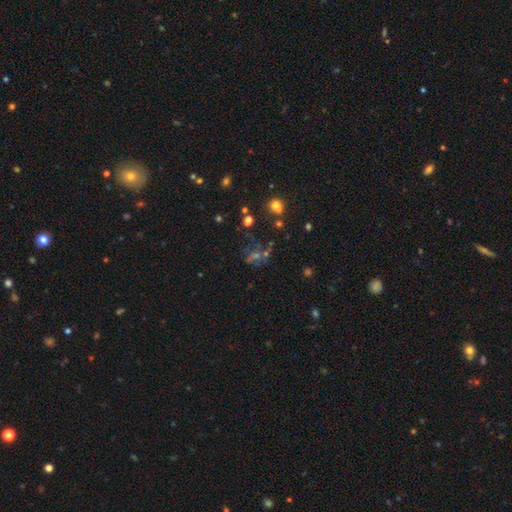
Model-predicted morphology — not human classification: smooth-or-featured: star or artifact: 47% | featured or disk: 29% | smooth: 24%